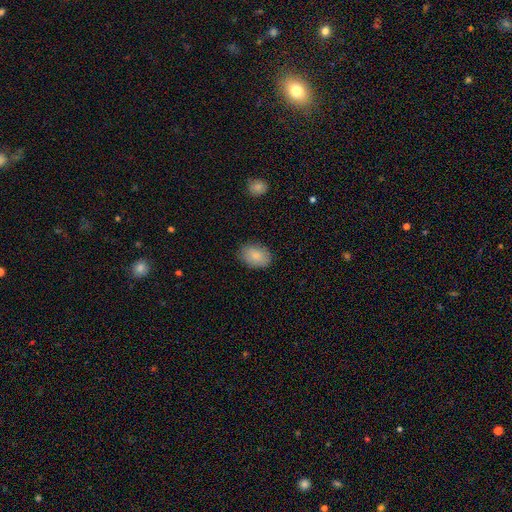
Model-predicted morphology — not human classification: Smooth or featured: smooth — 85% (featured or disk — 8%)
How rounded: in between — 82% (round — 17%)
Merging: none — 85% (minor disturbance — 11%)